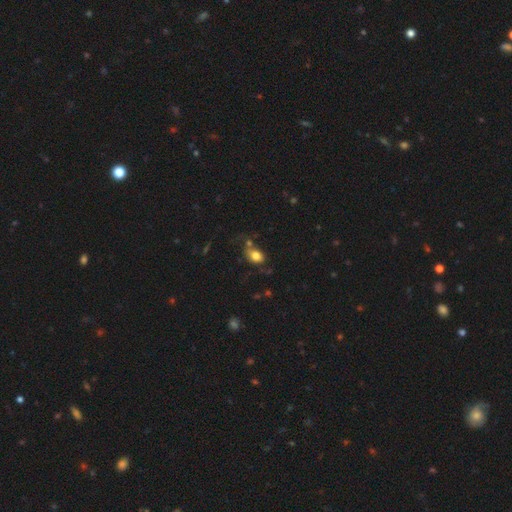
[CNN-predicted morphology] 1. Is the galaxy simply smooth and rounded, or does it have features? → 79% smooth, 12% featured or disk, 10% star or artifact.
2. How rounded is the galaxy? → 78% in between, 20% round, 2% cigar-shaped.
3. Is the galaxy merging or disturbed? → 58% none, 22% minor disturbance, 11% merger, 9% major disturbance.